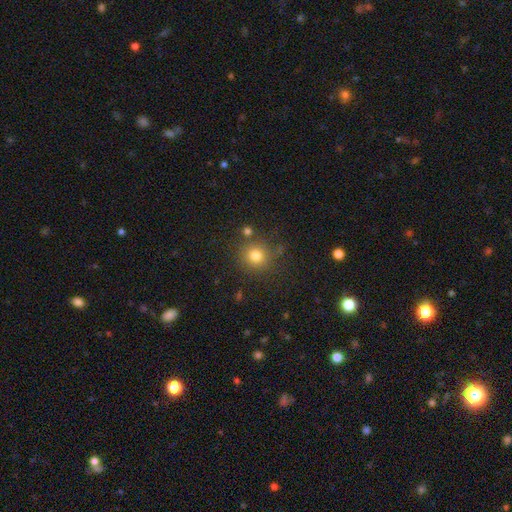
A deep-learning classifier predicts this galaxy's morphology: This is likely a smooth galaxy (77%). How rounded: clearly round (92%). Merging: clearly none (81%).